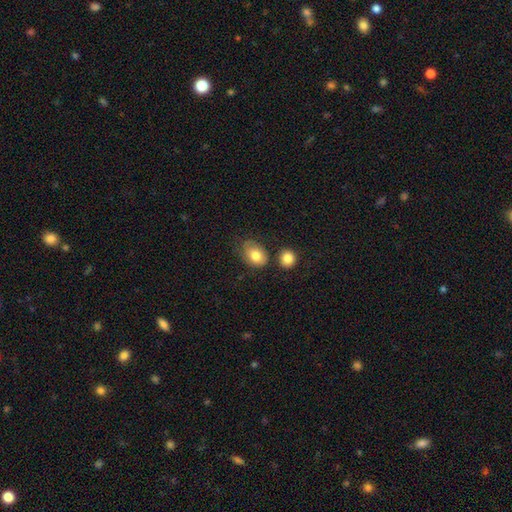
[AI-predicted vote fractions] smooth-or-featured: smooth: 80% | featured or disk: 12% | star or artifact: 8%
  how-rounded: in between: 70% | round: 29% | cigar-shaped: 1%
  merging: none: 56% | minor disturbance: 27% | merger: 10% | major disturbance: 8%